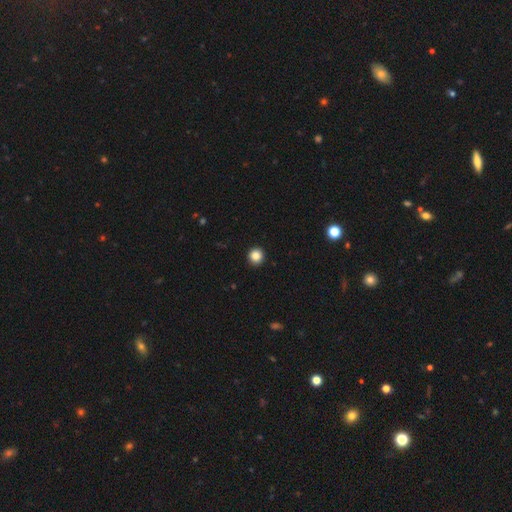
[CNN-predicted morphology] The model was most divided on "smooth or featured": smooth: 86%, star or artifact: 11%, featured or disk: 3%. More confident: how rounded — round (95%); merging — none (93%).